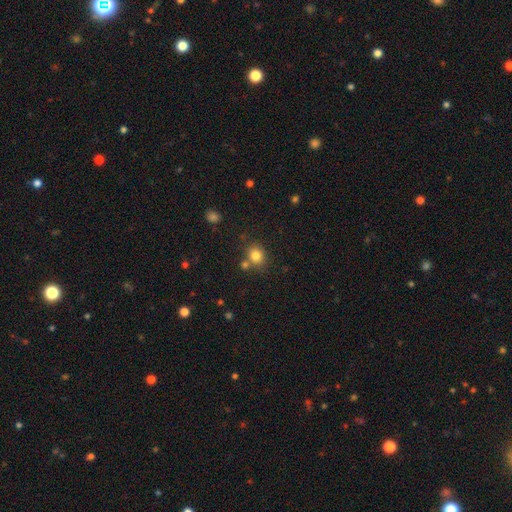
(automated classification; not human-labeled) Overall: smooth (81%). How rounded: round (74%). Merging: none (68%).